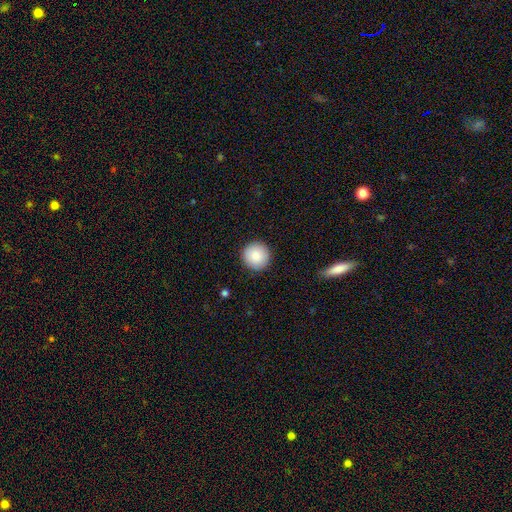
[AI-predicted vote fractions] A smooth galaxy with no disk features (87%) that is round (96%).

Vote fractions:
- Smooth or featured? smooth: 87% / star or artifact: 7% / featured or disk: 6%
- How rounded? round: 96% / in between: 3% / cigar-shaped: 1%
- Merging? none: 92% / minor disturbance: 6% / major disturbance: 2% / merger: 1%